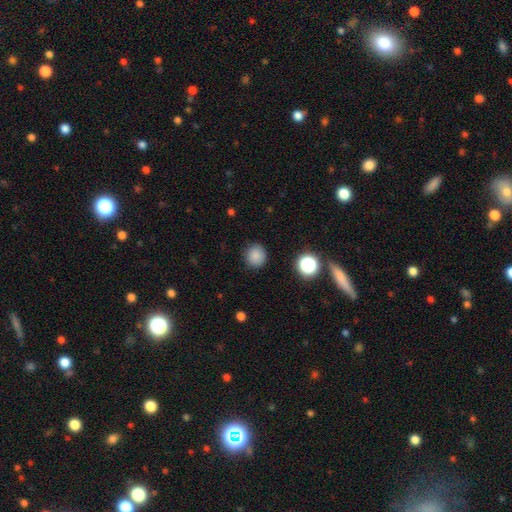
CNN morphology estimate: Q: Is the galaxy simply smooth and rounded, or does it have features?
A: smooth — 84%.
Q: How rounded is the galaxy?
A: round — 90%.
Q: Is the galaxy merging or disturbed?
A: none — 89%.